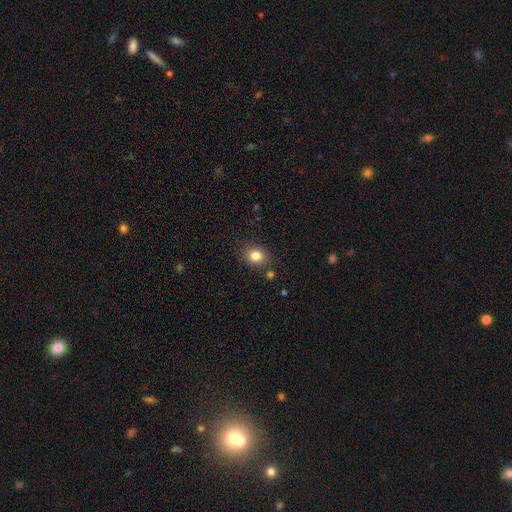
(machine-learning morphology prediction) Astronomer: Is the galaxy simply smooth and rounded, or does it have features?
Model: smooth — 84%.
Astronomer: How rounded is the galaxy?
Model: round — 58% (runner-up: in between, 41%).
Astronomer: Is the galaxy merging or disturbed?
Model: none — 81%.